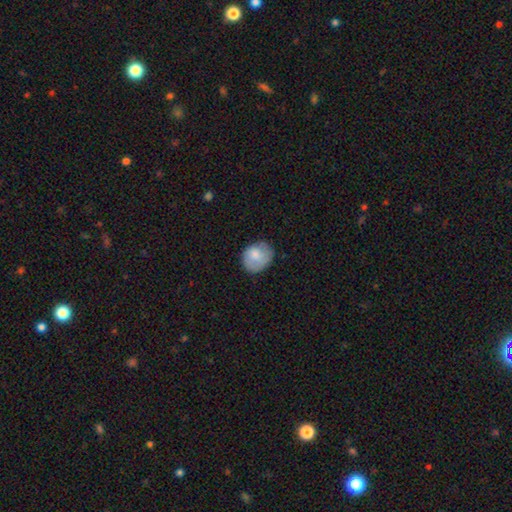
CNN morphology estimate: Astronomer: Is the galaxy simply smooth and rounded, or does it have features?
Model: smooth — 80%.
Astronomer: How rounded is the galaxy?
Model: round — 54% (runner-up: in between, 45%).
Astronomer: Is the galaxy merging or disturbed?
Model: none — 63%.